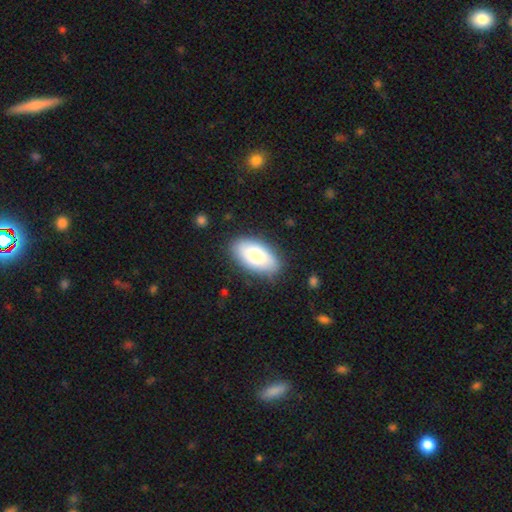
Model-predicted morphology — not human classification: smooth-or-featured: smooth: 79% | featured or disk: 15% | star or artifact: 6%
  how-rounded: in between: 94% | round: 3% | cigar-shaped: 3%
  merging: none: 82% | minor disturbance: 13% | major disturbance: 3% | merger: 1%